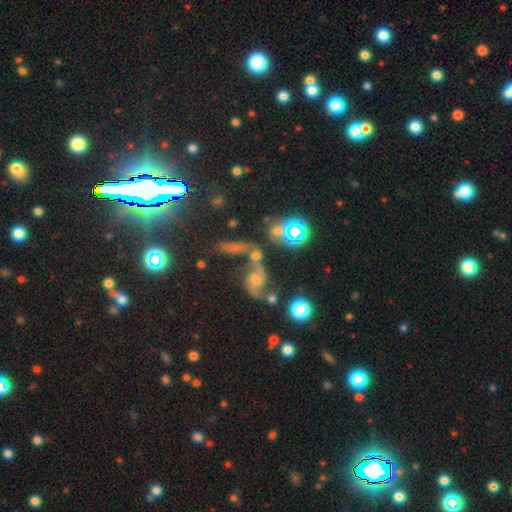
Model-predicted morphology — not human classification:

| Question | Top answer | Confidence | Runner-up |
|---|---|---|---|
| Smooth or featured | smooth | 37% | tied: featured or disk (37%) |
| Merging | merger | 55% | none (26%) |